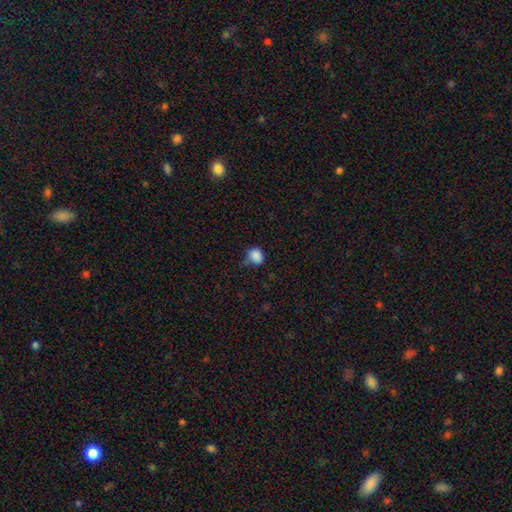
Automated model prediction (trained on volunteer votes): A smooth galaxy with no disk features (86%) that is round (57%). Merging: none (57%).